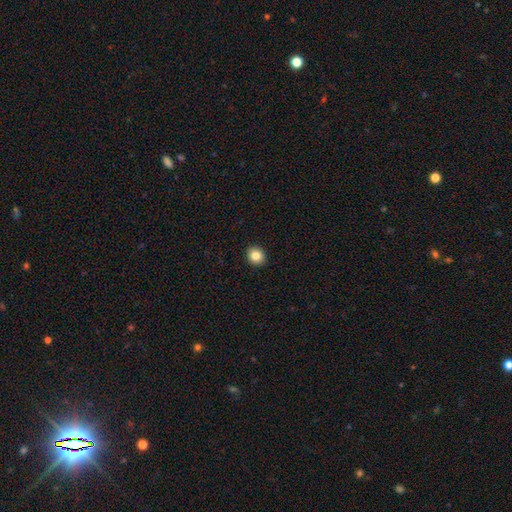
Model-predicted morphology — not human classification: The model was most divided on "how rounded": round: 84%, in between: 15%, cigar-shaped: 1%. More confident: merging — none (93%); smooth or featured — smooth (84%).